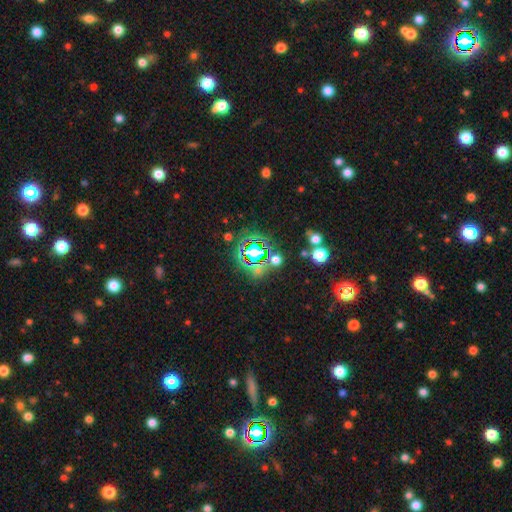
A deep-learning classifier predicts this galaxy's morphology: Q: Smooth or featured?
A: star or artifact (76%); runner-up: smooth (15%)